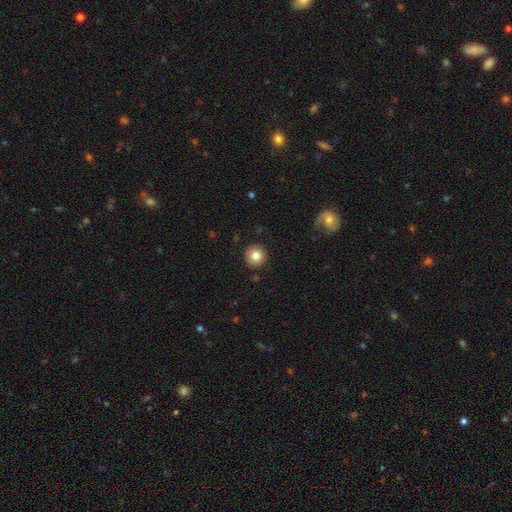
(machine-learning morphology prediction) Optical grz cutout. It shows a smooth galaxy with no disk features (82%) that is round (94%). Merging: none (91%).